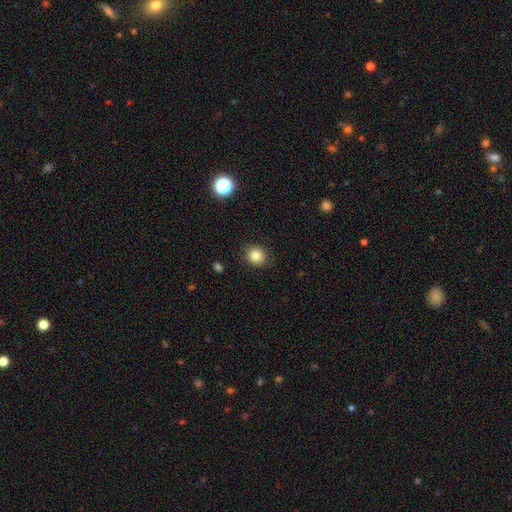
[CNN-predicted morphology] Smooth or featured?
  - smooth: 83% *
  - star or artifact: 11%
  - featured or disk: 6%
How rounded?
  - round: 79% *
  - in between: 20%
  - cigar-shaped: 1%
Merging?
  - none: 85% *
  - minor disturbance: 11%
  - major disturbance: 3%
  - merger: 1%